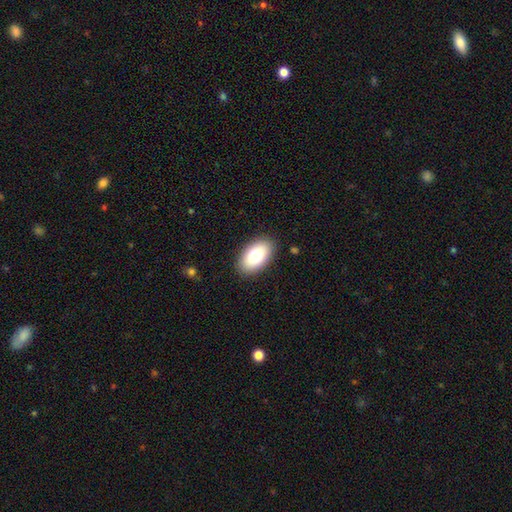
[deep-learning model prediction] Smooth or featured?
  - smooth: 80% *
  - featured or disk: 14%
  - star or artifact: 7%
How rounded?
  - in between: 94% *
  - round: 4%
  - cigar-shaped: 2%
Merging?
  - none: 88% *
  - minor disturbance: 9%
  - major disturbance: 2%
  - merger: 1%